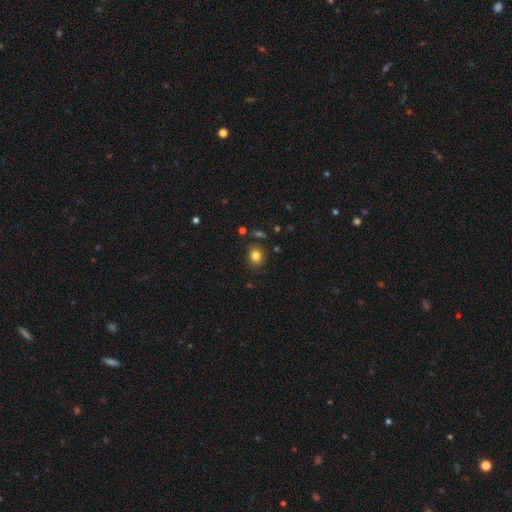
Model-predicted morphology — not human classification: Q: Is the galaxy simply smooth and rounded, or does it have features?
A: smooth — 81%.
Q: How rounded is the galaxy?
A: round — 68%.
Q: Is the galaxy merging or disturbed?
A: none — 83%.